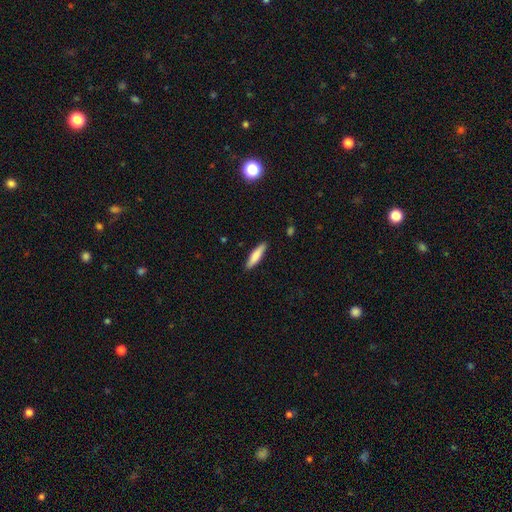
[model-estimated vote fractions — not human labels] Smooth or featured? Predicted: smooth (p=0.80). How rounded? Predicted: cigar-shaped (p=0.74). Merging? Predicted: none (p=0.88).